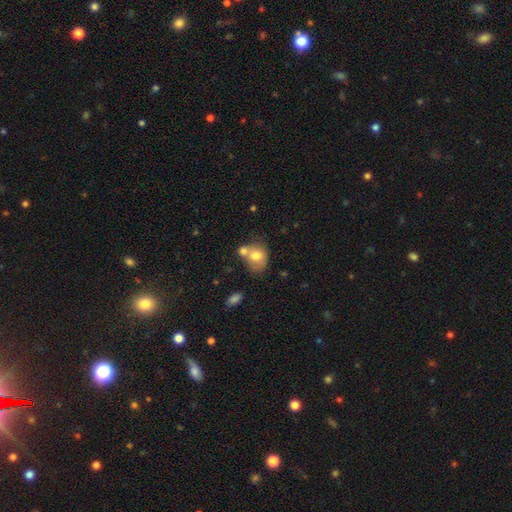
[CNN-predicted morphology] smooth_or_featured: smooth (p=0.71) [alt: featured or disk p=0.20]
how_rounded: round (p=0.57) [alt: in between p=0.42]
merging: merger (p=0.47) [alt: none p=0.31]